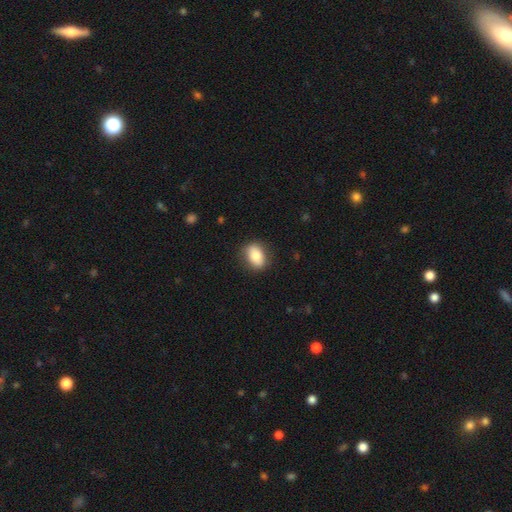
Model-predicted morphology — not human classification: smooth_or_featured: smooth (p=0.78) [alt: featured or disk p=0.15]
how_rounded: in between (p=0.76) [alt: round p=0.22]
merging: none (p=0.84) [alt: minor disturbance p=0.12]